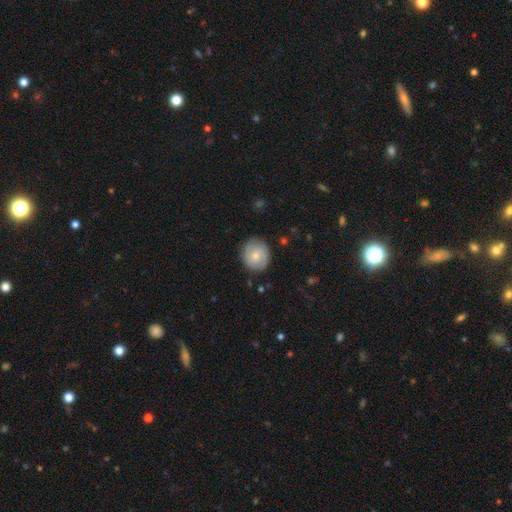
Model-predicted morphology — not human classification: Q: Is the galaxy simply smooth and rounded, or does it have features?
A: smooth — 50%.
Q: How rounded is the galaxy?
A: round — 84%.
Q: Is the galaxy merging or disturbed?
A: none — 84%.